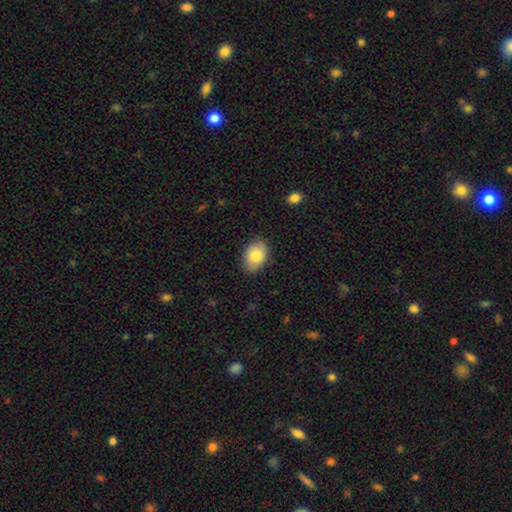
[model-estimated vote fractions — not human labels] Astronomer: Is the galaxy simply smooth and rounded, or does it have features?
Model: smooth — 81%.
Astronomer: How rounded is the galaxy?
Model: in between — 85%.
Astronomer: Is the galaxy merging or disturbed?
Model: none — 83%.